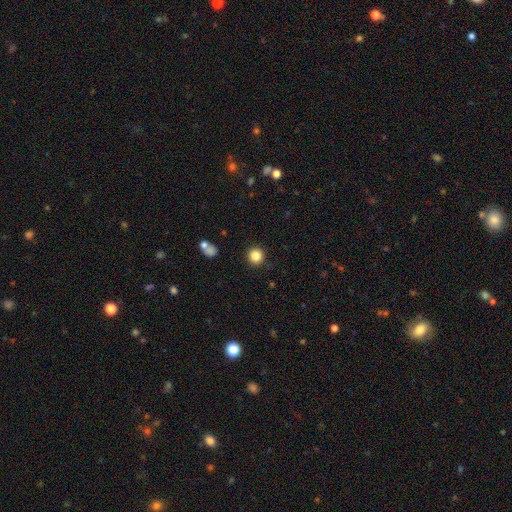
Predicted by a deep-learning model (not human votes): This is clearly a smooth galaxy (85%). How rounded: clearly round (94%). Merging: clearly none (91%).